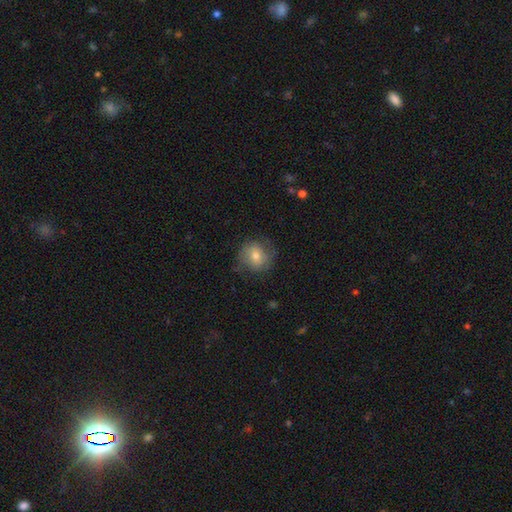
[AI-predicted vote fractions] This is likely a smooth galaxy (61%). How rounded: clearly round (82%). Merging: likely none (73%).